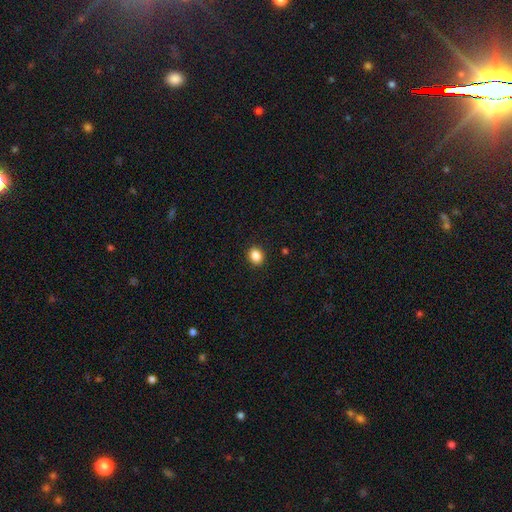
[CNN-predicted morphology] Smooth or featured? Predicted: smooth (p=0.86). How rounded? Predicted: round (p=0.55). Merging? Predicted: none (p=0.91).